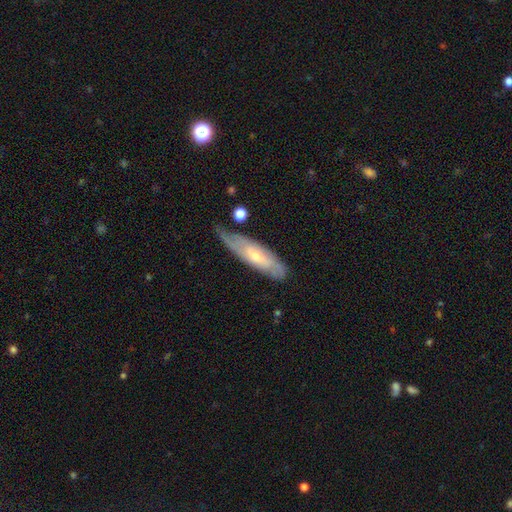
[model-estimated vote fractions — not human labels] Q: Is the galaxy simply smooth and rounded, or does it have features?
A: featured or disk — 56%.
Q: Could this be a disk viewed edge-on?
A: no — 65%.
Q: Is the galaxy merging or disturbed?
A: none — 58%.